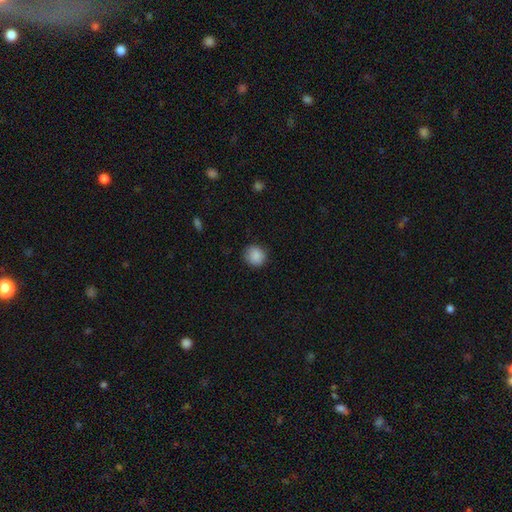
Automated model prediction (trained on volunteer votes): Smooth or featured? Predicted: smooth (p=0.88). How rounded? Predicted: round (p=0.83). Merging? Predicted: none (p=0.85).